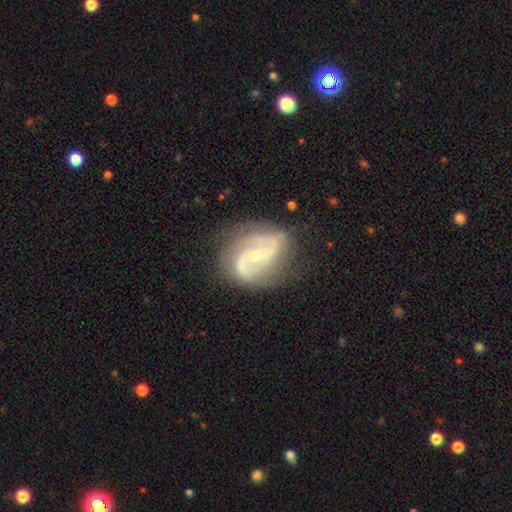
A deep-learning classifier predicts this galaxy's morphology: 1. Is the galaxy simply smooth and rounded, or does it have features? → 87% featured or disk, 7% smooth, 6% star or artifact.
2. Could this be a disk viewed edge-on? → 97% no, 3% yes.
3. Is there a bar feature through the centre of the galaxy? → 43% weak, 29% strong, 28% no.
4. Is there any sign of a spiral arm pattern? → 96% yes, 4% no.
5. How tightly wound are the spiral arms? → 47% medium, 36% loose, 18% tight.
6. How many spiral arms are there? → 85% 2, 5% can't tell, 4% 3, 2% 1, 1% 4, 1% more than 4.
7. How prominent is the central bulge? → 69% small, 26% moderate, 2% none, 1% large, 1% dominant.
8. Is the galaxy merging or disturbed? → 71% none, 19% minor disturbance, 8% major disturbance, 2% merger.